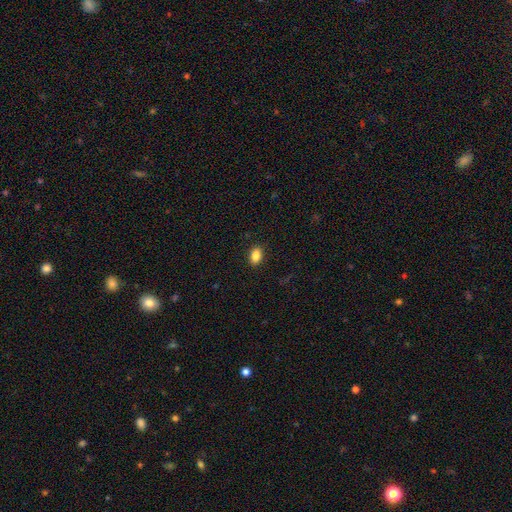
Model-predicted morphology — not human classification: Smooth or featured?
  - smooth: 87% *
  - star or artifact: 9%
  - featured or disk: 4%
How rounded?
  - in between: 85% *
  - round: 14%
  - cigar-shaped: 2%
Merging?
  - none: 89% *
  - minor disturbance: 8%
  - major disturbance: 2%
  - merger: 1%